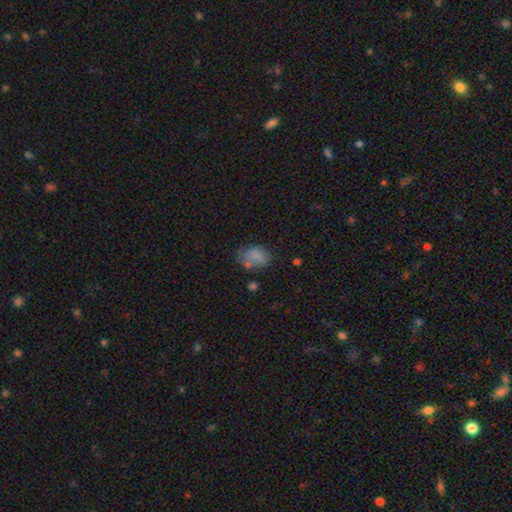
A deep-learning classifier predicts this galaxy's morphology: smooth_or_featured: smooth (p=0.77) [alt: featured or disk p=0.12]
how_rounded: in between (p=0.81) [alt: round p=0.18]
merging: none (p=0.55) [alt: minor disturbance p=0.25]